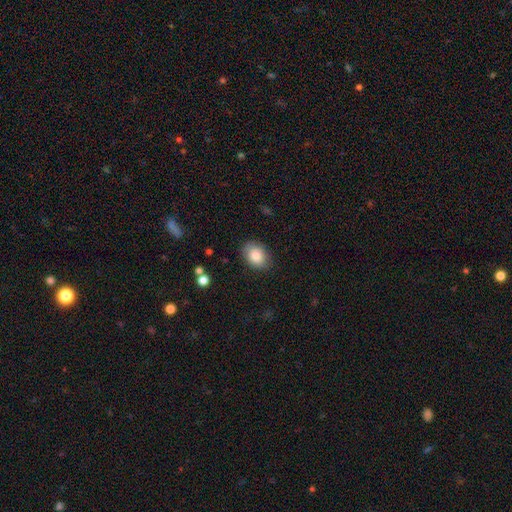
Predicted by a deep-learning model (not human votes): The model was most divided on "how rounded": in between: 72%, round: 27%, cigar-shaped: 1%. More confident: smooth or featured — smooth (84%); merging — none (83%).